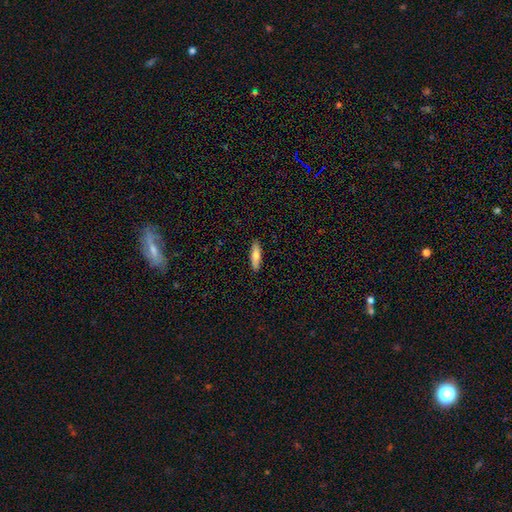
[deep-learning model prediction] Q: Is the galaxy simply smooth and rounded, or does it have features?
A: smooth — 77%.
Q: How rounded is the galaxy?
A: cigar-shaped — 61%.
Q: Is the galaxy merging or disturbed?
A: none — 90%.